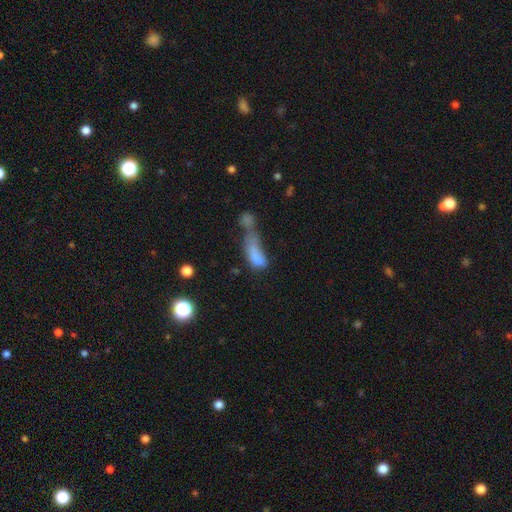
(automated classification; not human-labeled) smooth-or-featured: smooth: 70% | featured or disk: 18% | star or artifact: 12%
  how-rounded: in between: 71% | cigar-shaped: 24% | round: 5%
  merging: merger: 50% | major disturbance: 26% | none: 12% | minor disturbance: 11%